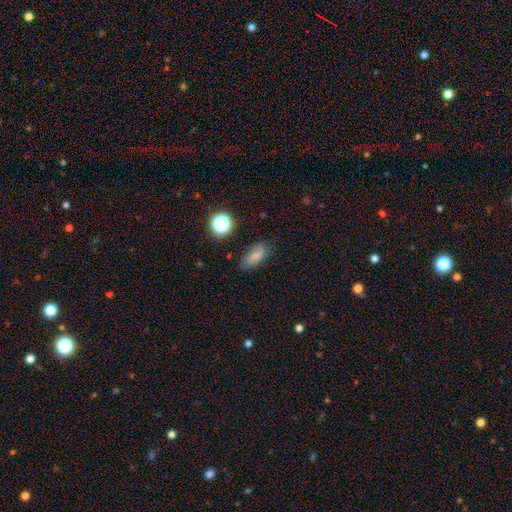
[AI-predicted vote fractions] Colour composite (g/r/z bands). It shows a smooth galaxy with no disk features (75%) that is in between round and cigar-shaped (85%). Merging: none (74%).